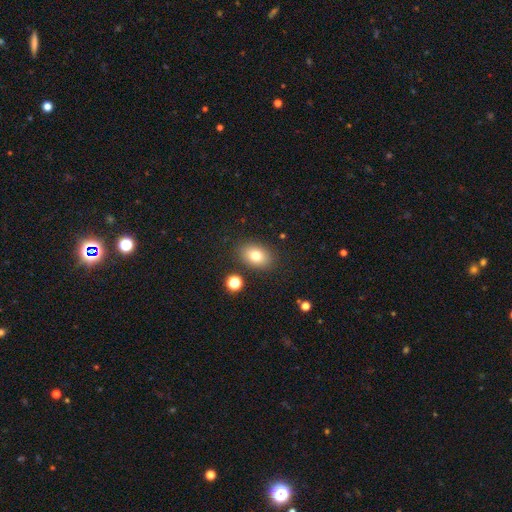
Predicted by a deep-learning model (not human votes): smooth_or_featured: smooth (p=0.78) [alt: featured or disk p=0.12]
how_rounded: in between (p=0.78) [alt: round p=0.21]
merging: none (p=0.85) [alt: minor disturbance p=0.09]